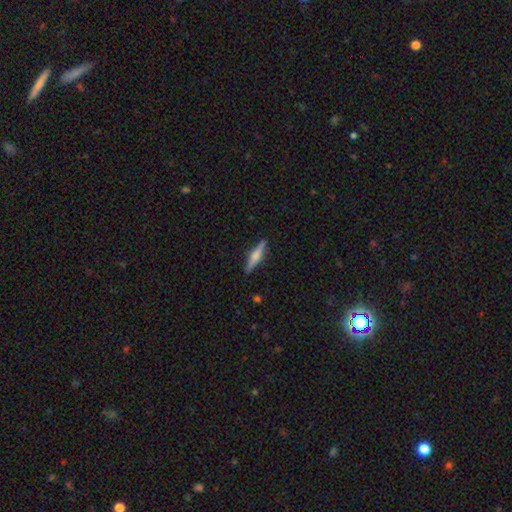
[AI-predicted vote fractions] Smooth or featured: featured or disk — 53% (smooth — 41%)
Edge-on disk: yes — 97% (no — 3%)
Edge-on bulge: rounded — 74% (boxy — 17%)
Merging: none — 89% (minor disturbance — 8%)